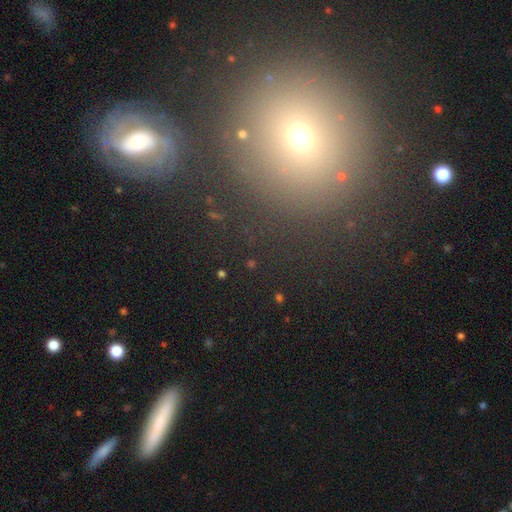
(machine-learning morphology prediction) Smooth or featured? Predicted: smooth (p=0.45). Merging? Predicted: none (p=0.79).